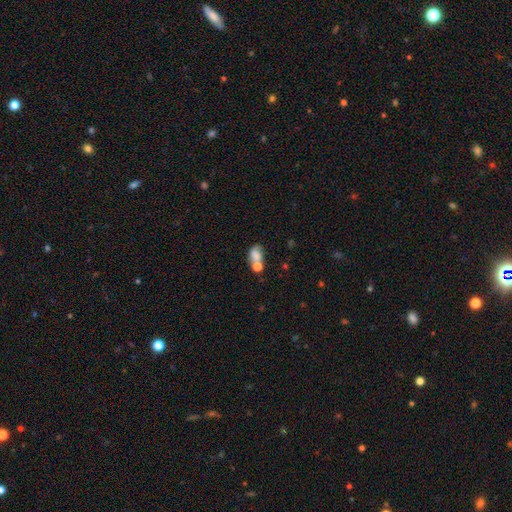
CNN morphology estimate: type=smooth (67%); roundness=in between (72%); merging=merger (43%).